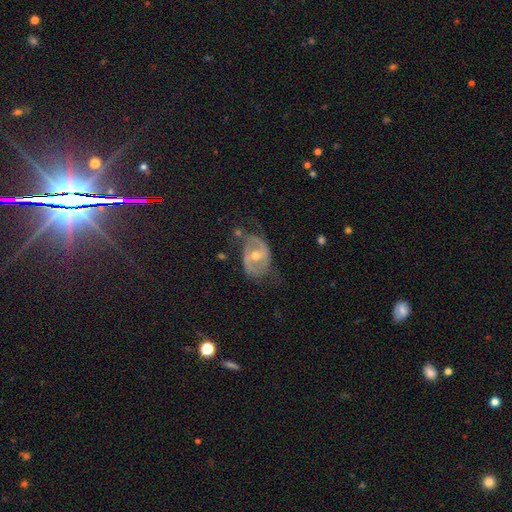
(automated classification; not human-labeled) Overall: featured or disk (76%). Edge-on disk: no (95%). Bar: no (41%; weak 39%). Spiral arms: yes (74%). Spiral arm count: 2 (76%). Spiral winding: medium (44%; tight 31%). Bulge size: moderate (67%; small 29%). Merging: none (53%; minor disturbance 27%).